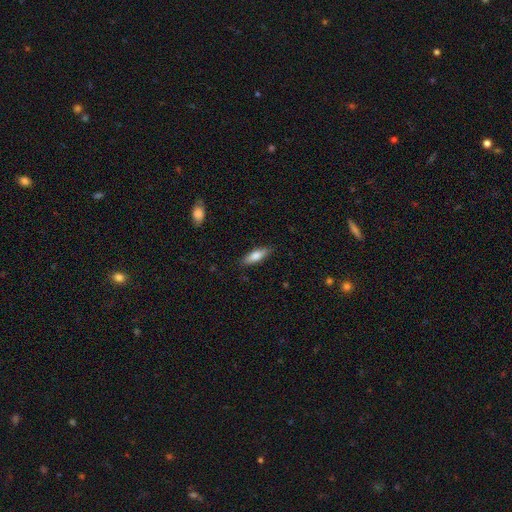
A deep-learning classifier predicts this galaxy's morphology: This appears to be a smooth galaxy with no disk features (77%) that is in between round and cigar-shaped (51%). Merging: none (86%).